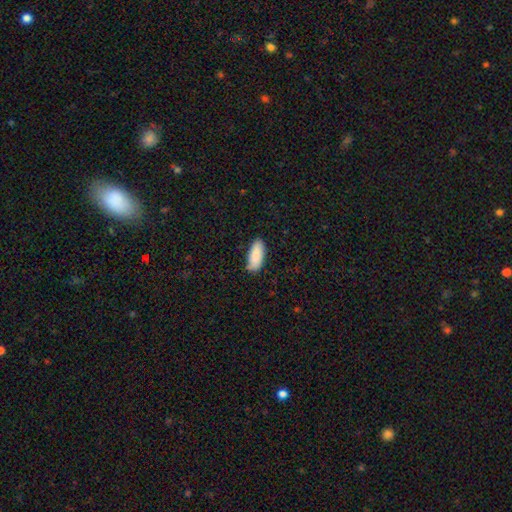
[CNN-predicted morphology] smooth_or_featured: smooth (p=0.88) [alt: star or artifact p=0.06]
how_rounded: in between (p=0.86) [alt: cigar-shaped p=0.12]
merging: none (p=0.82) [alt: minor disturbance p=0.14]